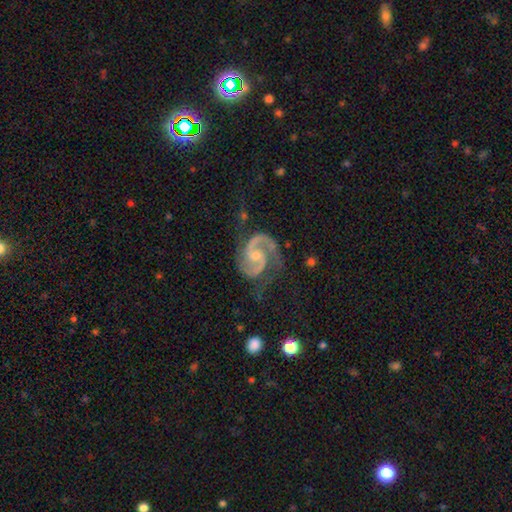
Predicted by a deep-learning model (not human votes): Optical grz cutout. It shows a featured or disk galaxy (93%) with no bar (55%), 2 (93%) medium (62%) spiral arms (99%) and a small central bulge (53%). Merging: none (71%).